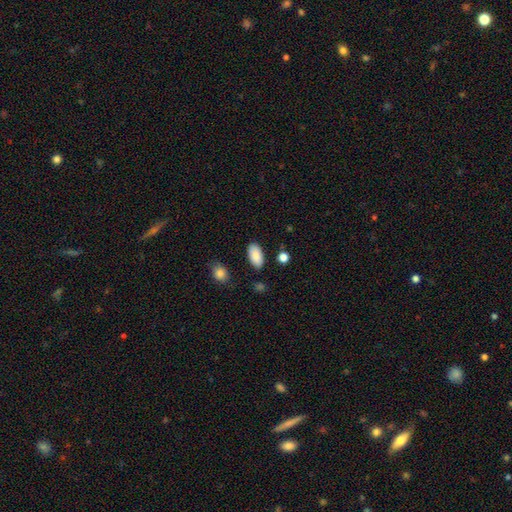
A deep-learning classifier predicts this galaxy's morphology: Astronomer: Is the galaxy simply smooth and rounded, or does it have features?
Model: smooth — 88%.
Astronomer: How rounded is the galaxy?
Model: in between — 95%.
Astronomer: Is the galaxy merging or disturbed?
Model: none — 85%.